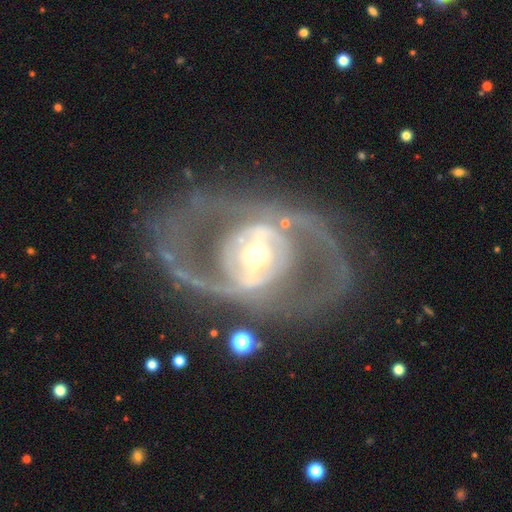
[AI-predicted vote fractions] featured or disk 85%, smooth 9%, star or artifact 5%. Down the decision tree: edge-on disk — no (94%); bar — strong (49%); spiral arms — yes (69%); spiral arm count — 2 (78%); spiral winding — medium (46%); bulge size — moderate (62%); merging — none (67%).